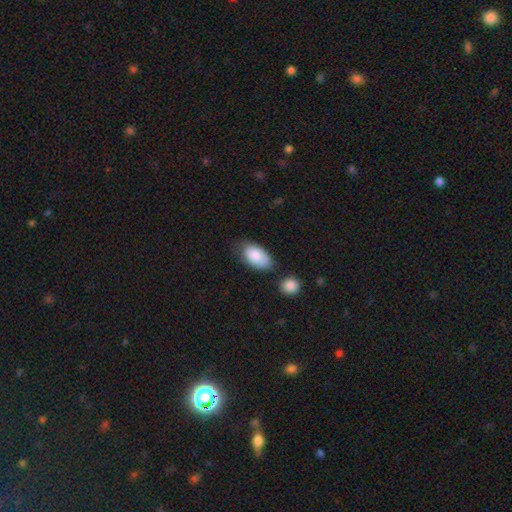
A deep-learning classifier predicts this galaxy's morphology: Smooth or featured? smooth (85%)
How rounded? in between (94%)
Merging? none (62%)